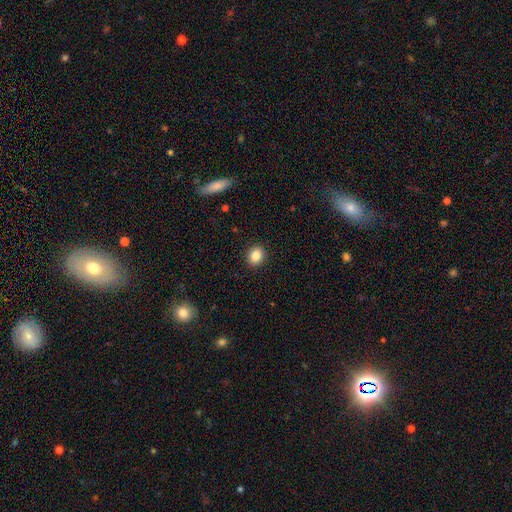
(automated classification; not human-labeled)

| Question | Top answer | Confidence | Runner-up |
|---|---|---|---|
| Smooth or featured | smooth | 85% | star or artifact (10%) |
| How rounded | round | 67% | in between (32%) |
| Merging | none | 91% | minor disturbance (6%) |